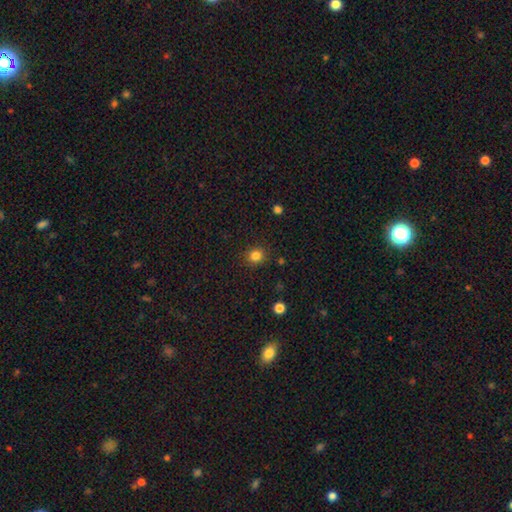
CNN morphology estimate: smooth-or-featured: smooth: 83% | star or artifact: 13% | featured or disk: 4%
  how-rounded: round: 82% | in between: 17% | cigar-shaped: 1%
  merging: none: 88% | minor disturbance: 8% | major disturbance: 3% | merger: 1%